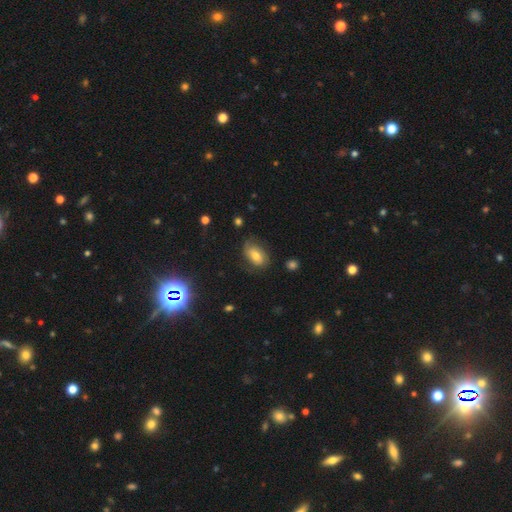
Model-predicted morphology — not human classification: A smooth galaxy with no disk features (59%) that is in between round and cigar-shaped (87%).

Vote fractions:
- Smooth or featured? smooth: 59% / featured or disk: 31% / star or artifact: 11%
- How rounded? in between: 87% / round: 10% / cigar-shaped: 2%
- Merging? none: 63% / minor disturbance: 25% / major disturbance: 10% / merger: 2%